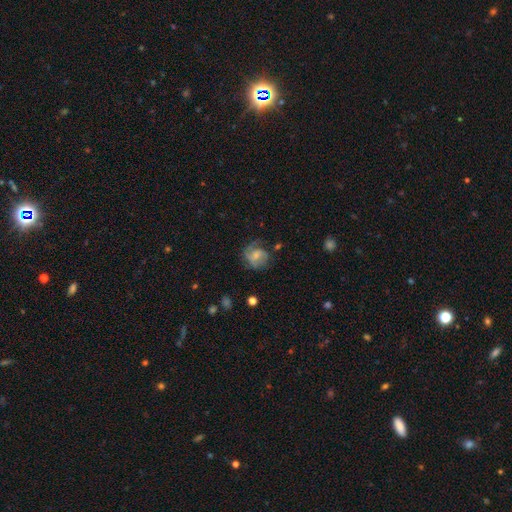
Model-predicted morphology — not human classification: Smooth or featured? featured or disk (57%)
Edge-on disk? no (97%)
Bar? no (47%)
Spiral arms? yes (81%)
Bulge size? small (42%)
Merging? none (56%)